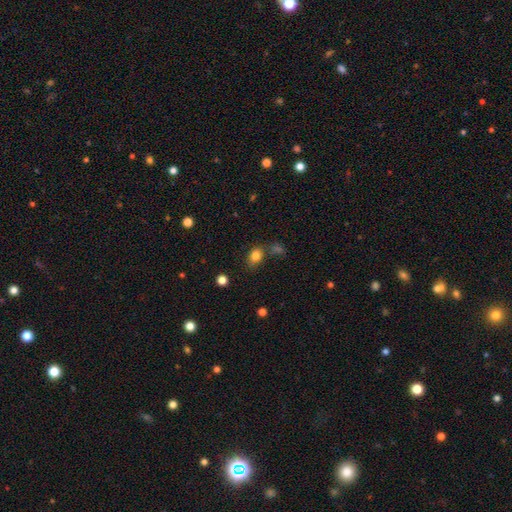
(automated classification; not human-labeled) A smooth galaxy with no disk features (82%) that is in between round and cigar-shaped (69%).

Vote fractions:
- Smooth or featured? smooth: 82% / star or artifact: 12% / featured or disk: 7%
- How rounded? in between: 69% / round: 30% / cigar-shaped: 1%
- Merging? none: 67% / minor disturbance: 16% / merger: 12% / major disturbance: 5%